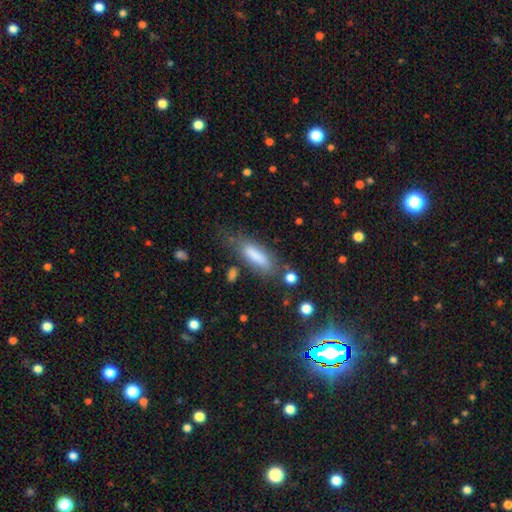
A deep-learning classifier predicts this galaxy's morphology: smooth 79%, featured or disk 14%, star or artifact 8%. Down the decision tree: how rounded — in between (51%); merging — none (59%).